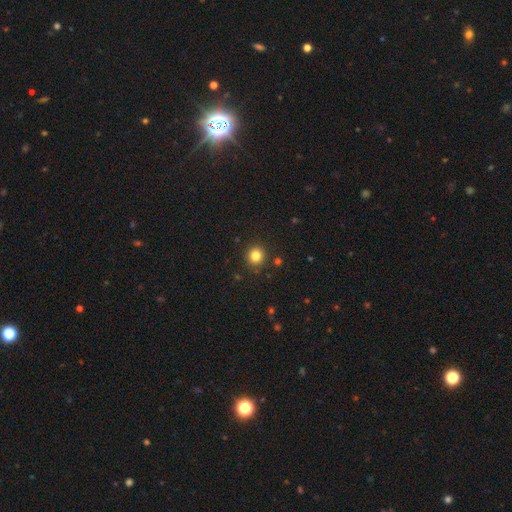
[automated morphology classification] smooth-or-featured: smooth: 82% | star or artifact: 13% | featured or disk: 5%
  how-rounded: round: 89% | in between: 10% | cigar-shaped: 1%
  merging: none: 90% | minor disturbance: 6% | major disturbance: 2% | merger: 2%